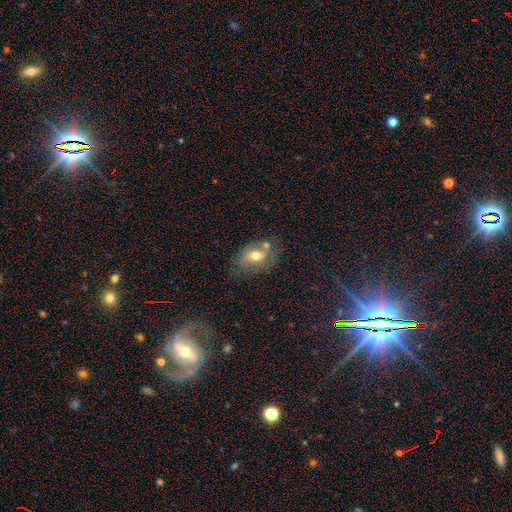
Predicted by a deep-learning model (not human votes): smooth 51%, featured or disk 39%, star or artifact 10%. Down the decision tree: how rounded — in between (78%); merging — none (58%).